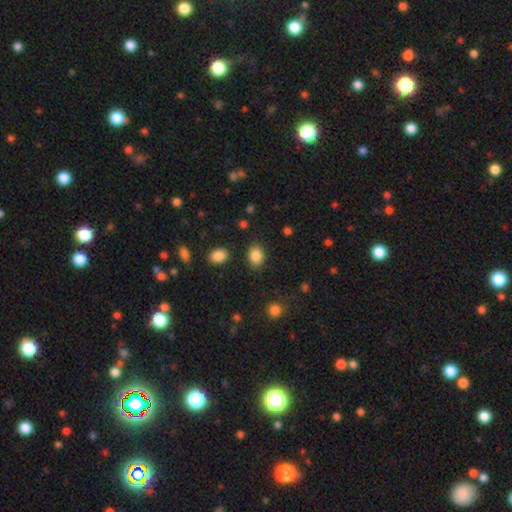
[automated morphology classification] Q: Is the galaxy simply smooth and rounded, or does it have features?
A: smooth — 87%.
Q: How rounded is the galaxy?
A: in between — 67%.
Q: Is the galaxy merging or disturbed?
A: none — 84%.